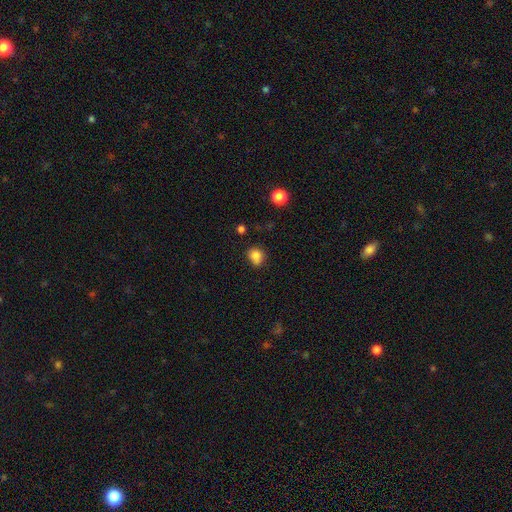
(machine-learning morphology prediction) Smooth or featured? Predicted: smooth (p=0.82). How rounded? Predicted: round (p=0.71). Merging? Predicted: none (p=0.60).